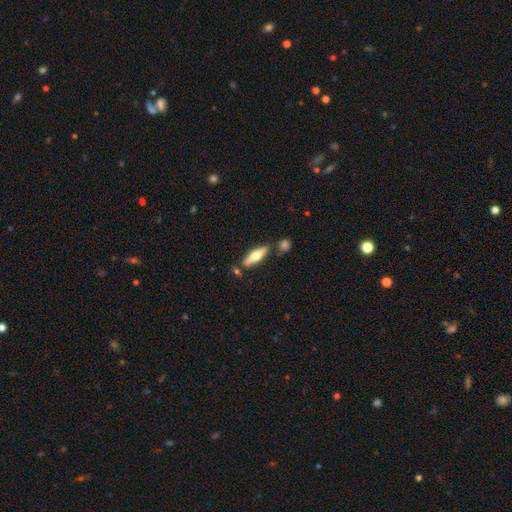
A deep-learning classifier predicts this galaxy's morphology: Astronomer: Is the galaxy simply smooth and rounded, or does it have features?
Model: smooth — 52% (runner-up: featured or disk, 42%).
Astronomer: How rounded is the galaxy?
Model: cigar-shaped — 65%.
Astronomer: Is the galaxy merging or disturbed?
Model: none — 77%.